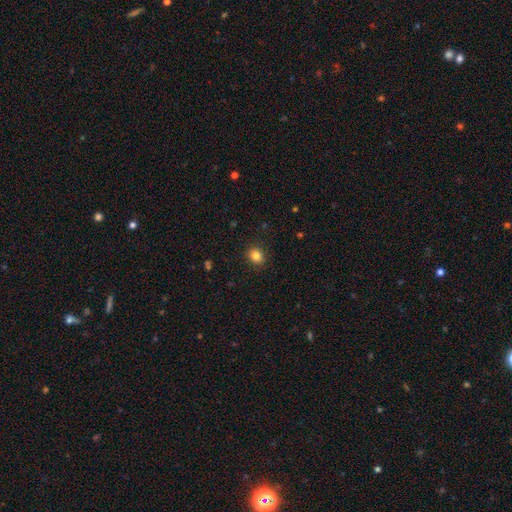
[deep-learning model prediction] Smooth or featured: smooth — 84% (star or artifact — 11%)
How rounded: round — 72% (in between — 27%)
Merging: none — 90% (minor disturbance — 7%)